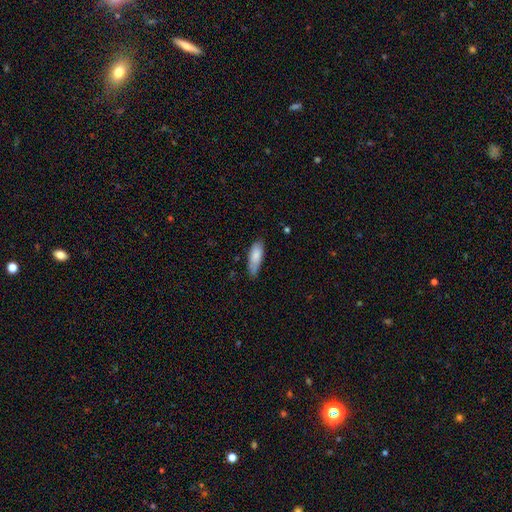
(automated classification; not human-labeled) Smooth or featured? smooth (82%)
How rounded? in between (68%)
Merging? none (66%)